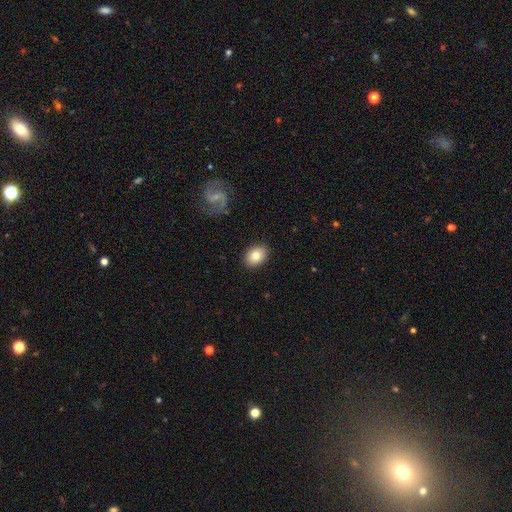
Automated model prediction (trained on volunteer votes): Smooth or featured?
  - smooth: 80% *
  - featured or disk: 12%
  - star or artifact: 8%
How rounded?
  - in between: 68% *
  - round: 31%
  - cigar-shaped: 1%
Merging?
  - none: 89% *
  - minor disturbance: 8%
  - major disturbance: 2%
  - merger: 1%